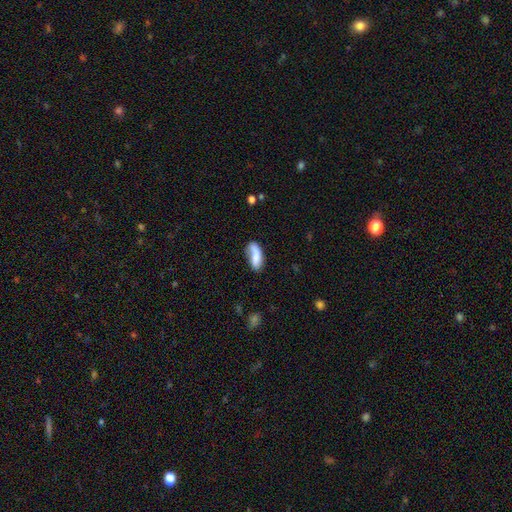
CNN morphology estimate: The model was most divided on "merging": none: 53%, minor disturbance: 27%, major disturbance: 12%, merger: 8%. More confident: smooth or featured — smooth (74%); how rounded — in between (71%).